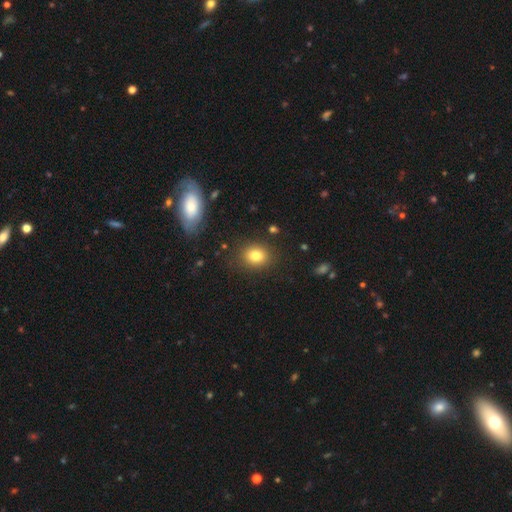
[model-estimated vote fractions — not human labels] smooth_or_featured: smooth (p=0.81) [alt: star or artifact p=0.11]
how_rounded: round (p=0.60) [alt: in between p=0.39]
merging: none (p=0.86) [alt: minor disturbance p=0.09]